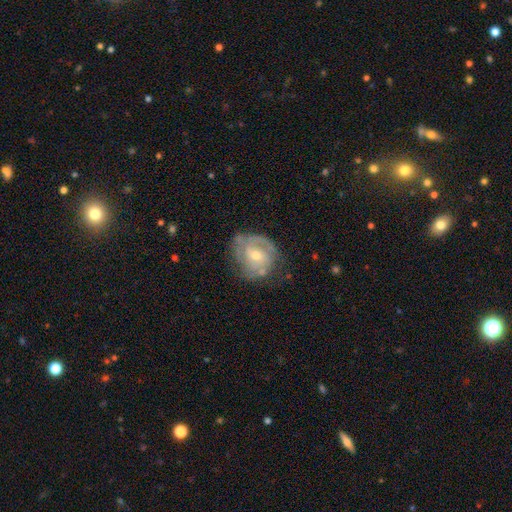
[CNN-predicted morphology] type=featured or disk (76%); edge-on=no (97%); bar=no (58%); spiral arms=yes (84%); winding=tight (55%); arm count=2 (42%); bulge=moderate (50%); merging=none (62%).